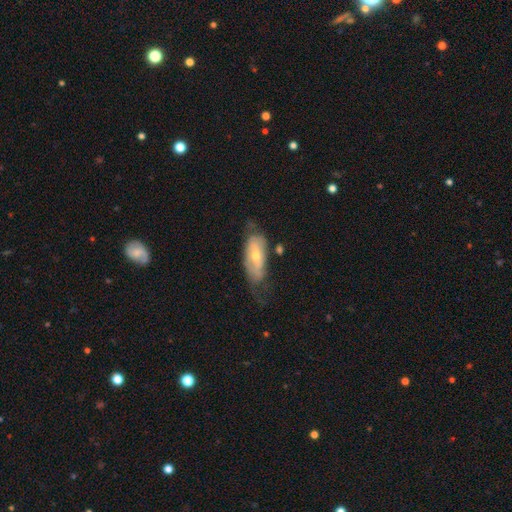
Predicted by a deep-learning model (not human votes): A featured or disk galaxy (56%). Merging: none (45%).